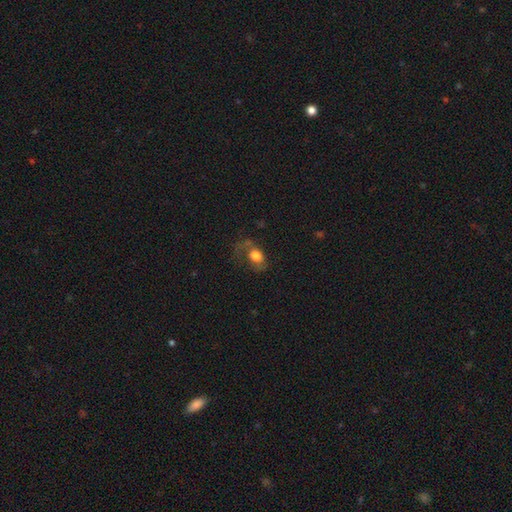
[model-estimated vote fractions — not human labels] A smooth galaxy with no disk features (62%) that is in between round and cigar-shaped (58%).

Vote fractions:
- Smooth or featured? smooth: 62% / featured or disk: 27% / star or artifact: 10%
- How rounded? in between: 58% / round: 40% / cigar-shaped: 2%
- Merging? none: 37% (tied) / major disturbance: 37% (tied) / minor disturbance: 22% / merger: 4%